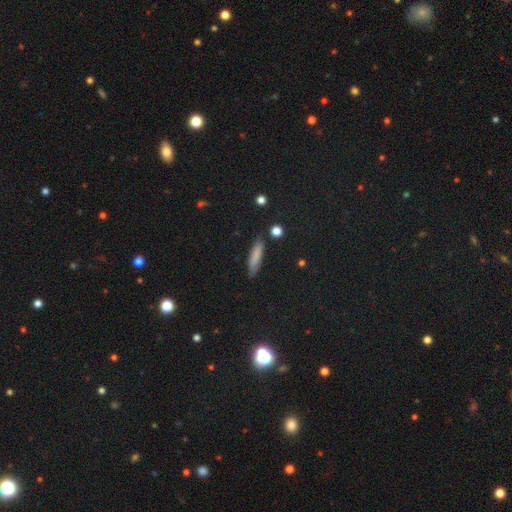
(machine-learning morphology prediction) Smooth or featured? Predicted: smooth (p=0.79). How rounded? Predicted: cigar-shaped (p=0.77). Merging? Predicted: none (p=0.84).